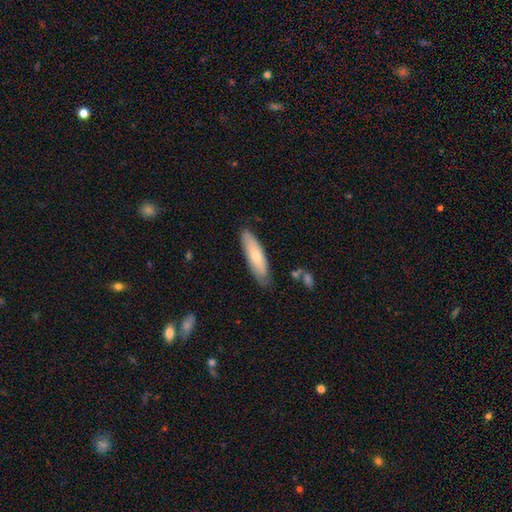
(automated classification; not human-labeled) Smooth or featured?
  - smooth: 66% *
  - featured or disk: 29%
  - star or artifact: 6%
How rounded?
  - cigar-shaped: 58% *
  - in between: 41%
  - round: 2%
Merging?
  - none: 81% *
  - minor disturbance: 15%
  - major disturbance: 3%
  - merger: 2%